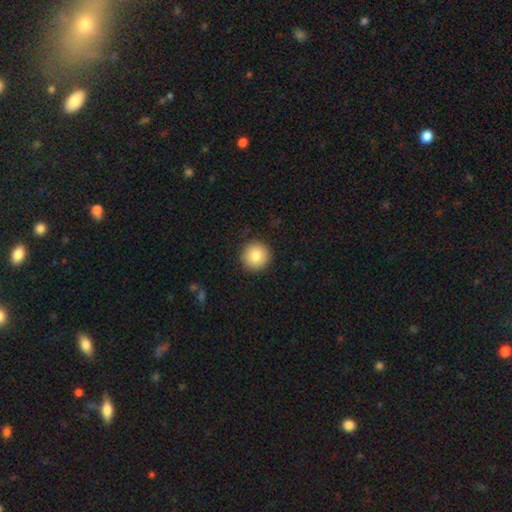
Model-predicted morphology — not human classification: This is clearly a smooth galaxy (84%). How rounded: clearly round (96%). Merging: clearly none (91%).